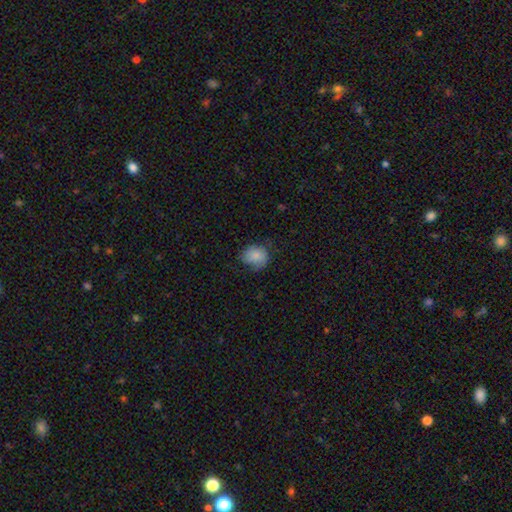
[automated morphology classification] type=smooth (79%); roundness=round (69%); merging=none (58%).